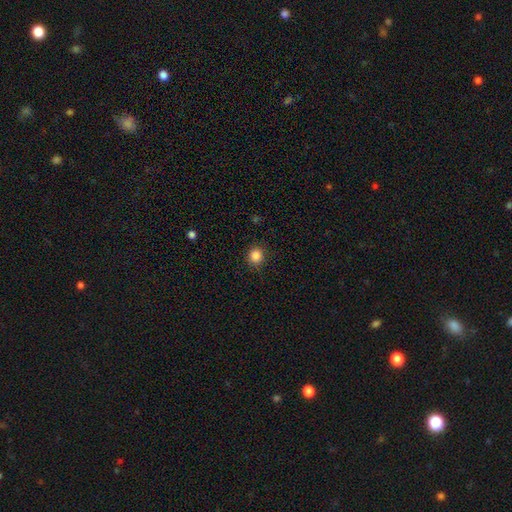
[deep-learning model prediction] Q: Smooth or featured?
A: smooth (86%); runner-up: star or artifact (11%)
Q: How rounded?
A: round (87%); runner-up: in between (12%)
Q: Merging?
A: none (88%); runner-up: minor disturbance (8%)